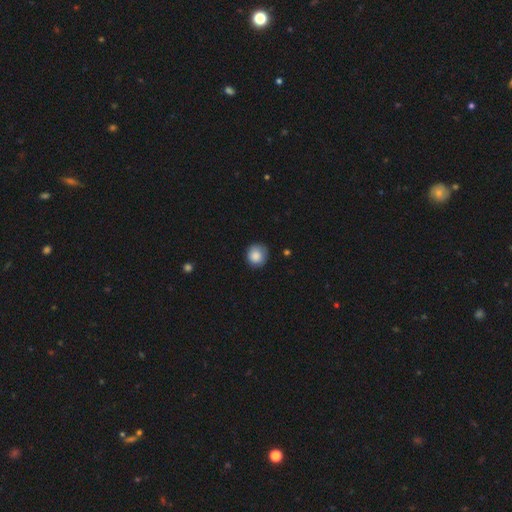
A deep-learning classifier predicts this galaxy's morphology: type=smooth (86%); roundness=round (90%); merging=none (80%).